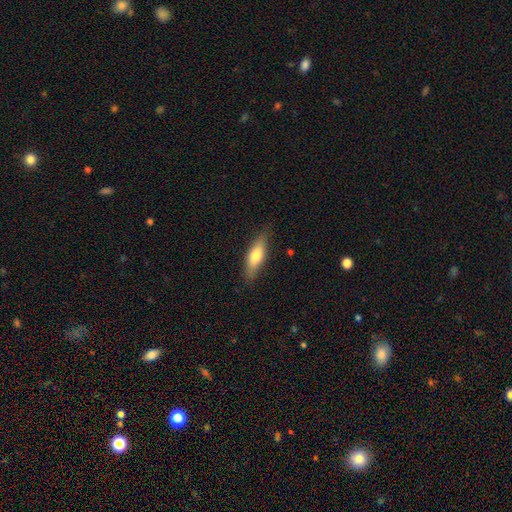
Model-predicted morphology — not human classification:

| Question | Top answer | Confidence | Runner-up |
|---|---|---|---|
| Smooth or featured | smooth | 62% | featured or disk (31%) |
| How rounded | in between | 52% | cigar-shaped (45%) |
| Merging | none | 82% | minor disturbance (14%) |